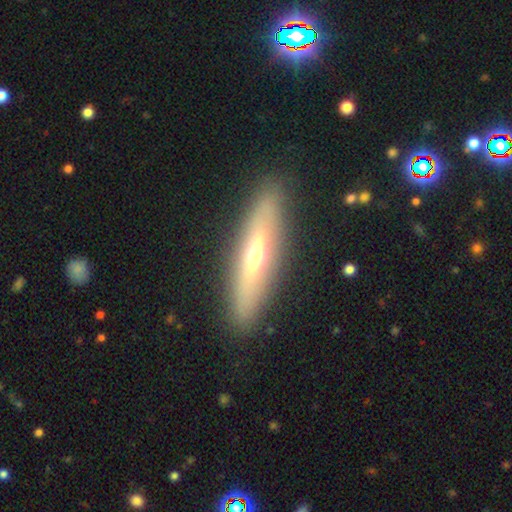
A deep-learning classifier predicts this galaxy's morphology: Overall: featured or disk (58%; smooth 34%). Edge-on disk: yes (80%). Merging: none (88%).